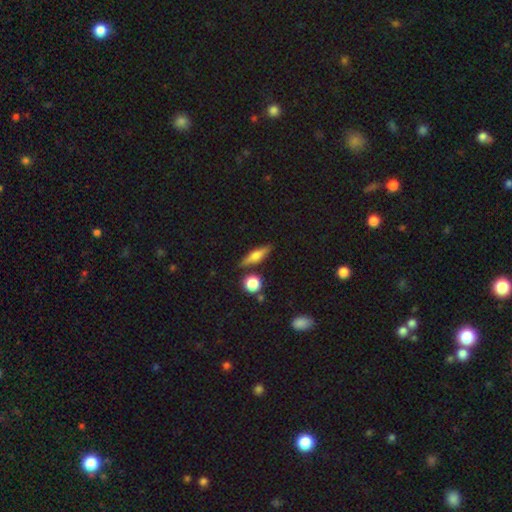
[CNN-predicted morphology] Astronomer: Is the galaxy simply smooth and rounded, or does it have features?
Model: featured or disk — 50% (runner-up: smooth, 42%).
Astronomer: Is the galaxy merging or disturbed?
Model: none — 82%.